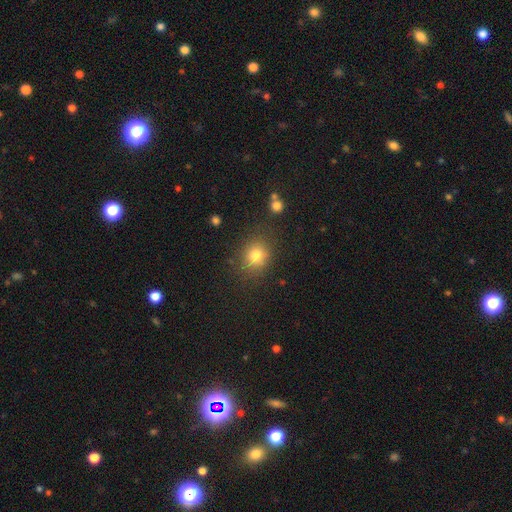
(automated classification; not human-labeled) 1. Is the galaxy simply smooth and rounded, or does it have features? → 78% smooth, 14% star or artifact, 8% featured or disk.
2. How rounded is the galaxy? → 68% round, 31% in between, 1% cigar-shaped.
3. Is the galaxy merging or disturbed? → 79% none, 13% minor disturbance, 4% major disturbance, 4% merger.